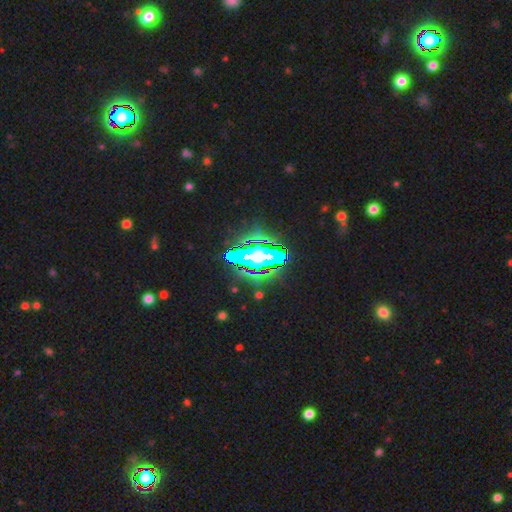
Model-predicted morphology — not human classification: star or artifact 57%, featured or disk 23%, smooth 20%.